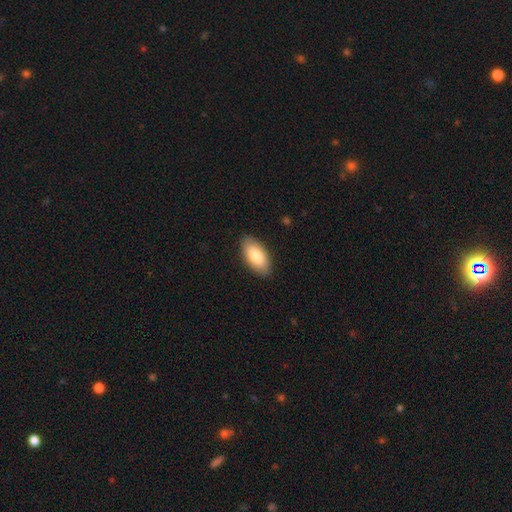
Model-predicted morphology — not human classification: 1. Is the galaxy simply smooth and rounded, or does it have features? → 80% smooth, 14% featured or disk, 6% star or artifact.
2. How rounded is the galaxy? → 92% in between, 5% cigar-shaped, 2% round.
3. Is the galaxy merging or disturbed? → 88% none, 9% minor disturbance, 2% major disturbance, 1% merger.